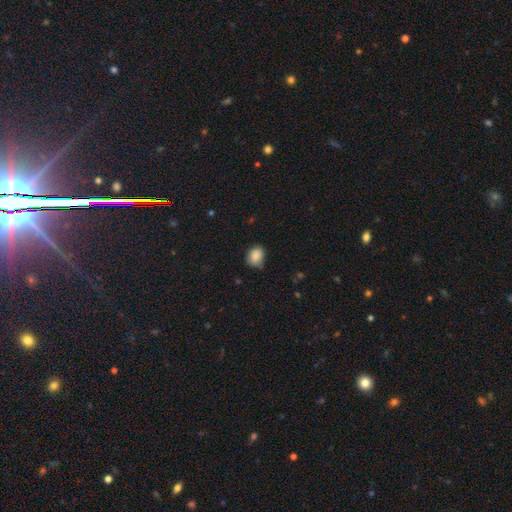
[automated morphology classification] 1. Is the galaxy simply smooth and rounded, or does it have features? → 86% smooth, 8% star or artifact, 5% featured or disk.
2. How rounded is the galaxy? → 52% in between, 47% round, 1% cigar-shaped.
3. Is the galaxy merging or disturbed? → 67% none, 27% minor disturbance, 4% major disturbance, 2% merger.